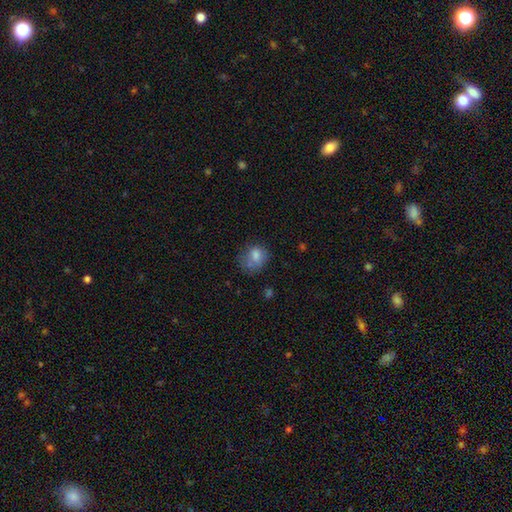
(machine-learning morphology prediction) This appears to be a smooth galaxy with no disk features (75%) that is round (55%). Merging: none (46%).